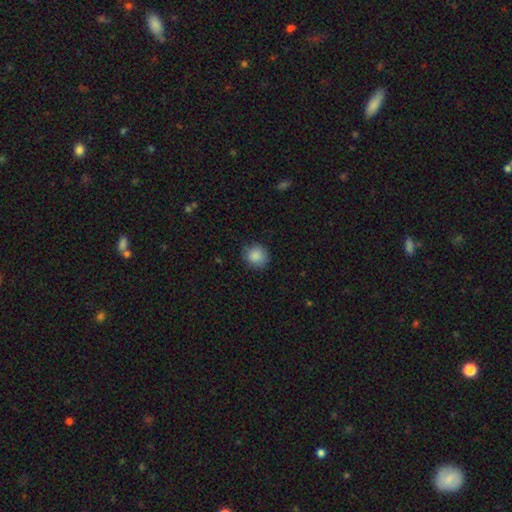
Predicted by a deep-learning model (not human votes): The model was most divided on "merging": none: 85%, minor disturbance: 11%, major disturbance: 3%, merger: 1%. More confident: how rounded — round (87%); smooth or featured — smooth (87%).